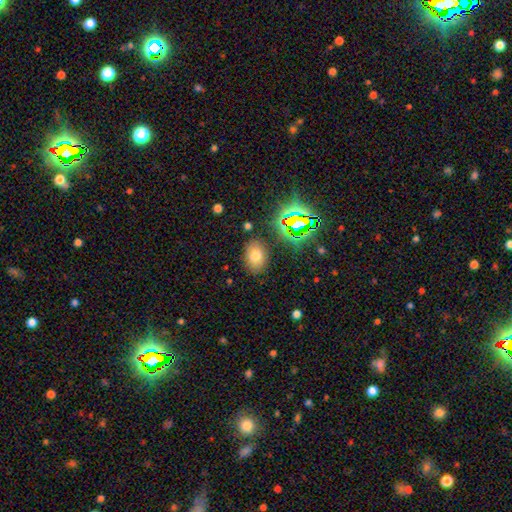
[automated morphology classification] type=smooth (70%); roundness=in between (77%); merging=none (83%).